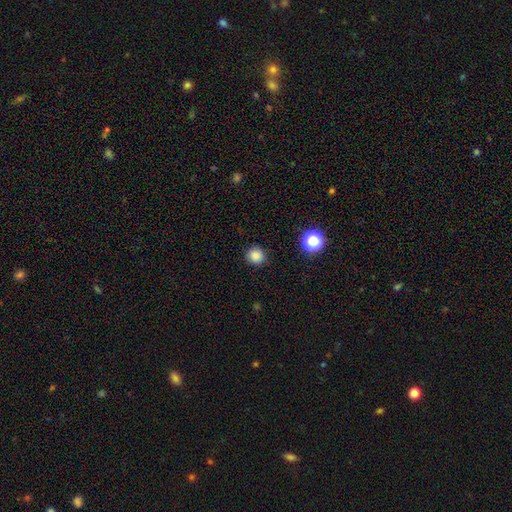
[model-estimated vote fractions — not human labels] A smooth galaxy with no disk features (84%) that is round (91%). Merging: none (90%).